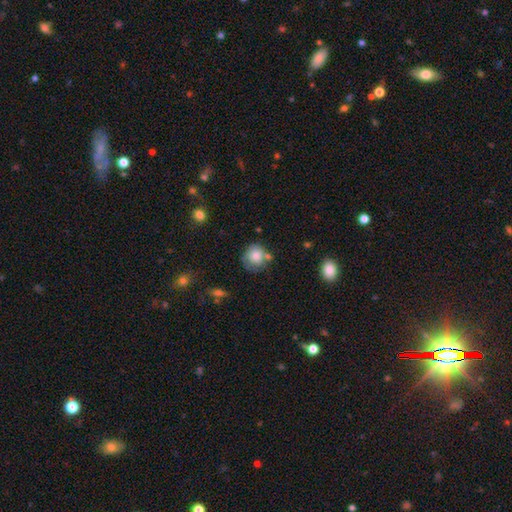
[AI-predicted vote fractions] smooth-or-featured: smooth: 79% | featured or disk: 12% | star or artifact: 8%
  how-rounded: round: 85% | in between: 14% | cigar-shaped: 1%
  merging: none: 62% | minor disturbance: 20% | merger: 12% | major disturbance: 6%